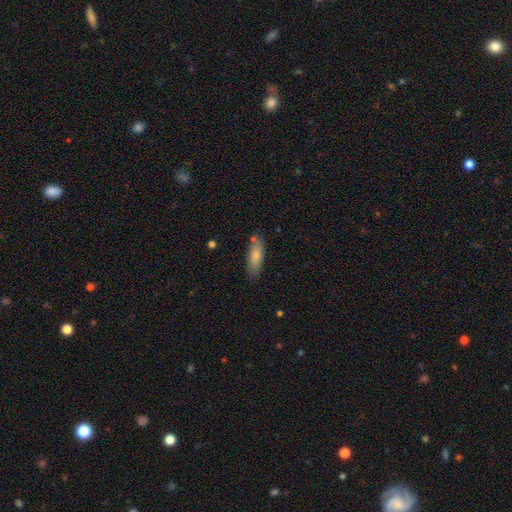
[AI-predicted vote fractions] smooth_or_featured: smooth (p=0.78) [alt: featured or disk p=0.16]
how_rounded: in between (p=0.63) [alt: cigar-shaped p=0.35]
merging: none (p=0.76) [alt: minor disturbance p=0.16]